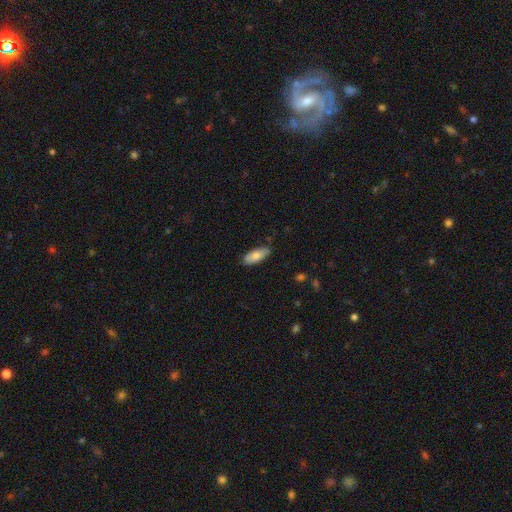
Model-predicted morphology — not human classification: A smooth galaxy with no disk features (77%) that is in between round and cigar-shaped (80%). Merging: none (85%).